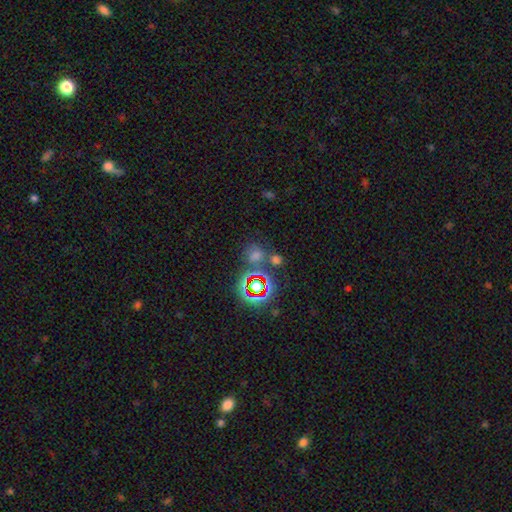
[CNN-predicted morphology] Smooth or featured: smooth — 45% (star or artifact — 44%)
Merging: none — 59% (merger — 25%)